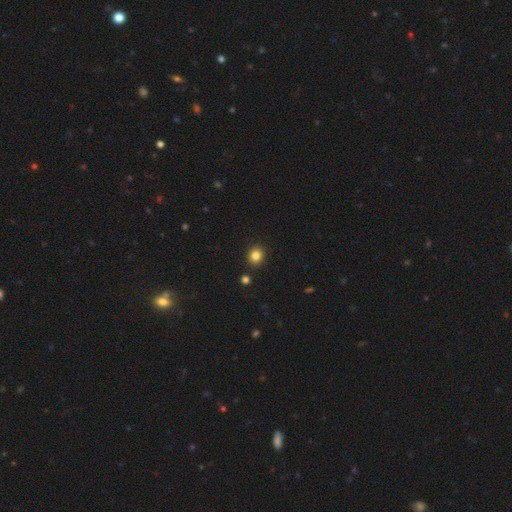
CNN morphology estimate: type=smooth (83%); roundness=round (81%); merging=none (90%).